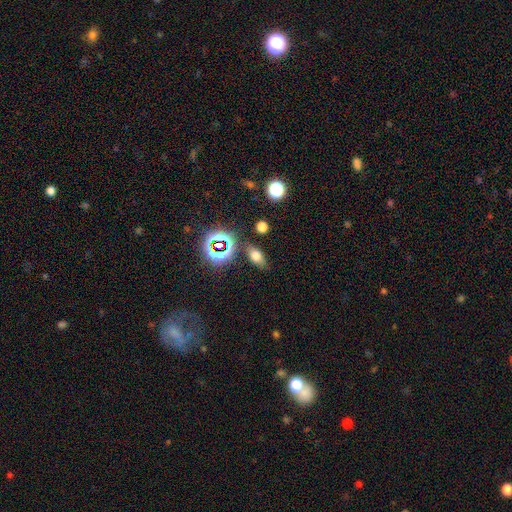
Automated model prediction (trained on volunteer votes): This is likely a smooth galaxy (64%). How rounded: likely in between (79%). Merging: likely none (79%).